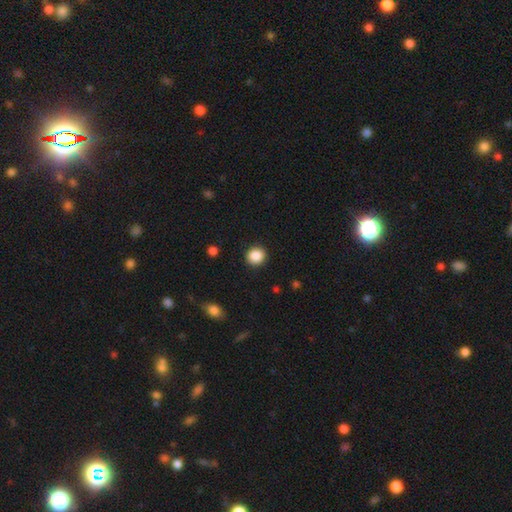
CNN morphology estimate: Q: Smooth or featured?
A: smooth (88%); runner-up: star or artifact (9%)
Q: How rounded?
A: round (90%); runner-up: in between (9%)
Q: Merging?
A: none (91%); runner-up: minor disturbance (6%)